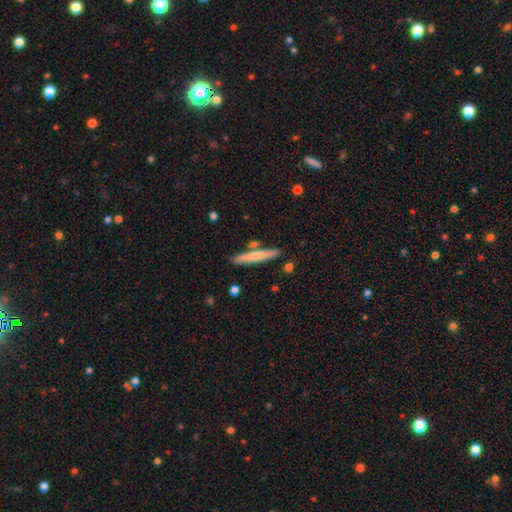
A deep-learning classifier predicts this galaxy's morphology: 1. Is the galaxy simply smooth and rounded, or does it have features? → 62% smooth, 32% featured or disk, 6% star or artifact.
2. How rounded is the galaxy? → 94% cigar-shaped, 5% in between, 1% round.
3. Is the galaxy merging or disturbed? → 83% none, 9% minor disturbance, 6% merger, 2% major disturbance.